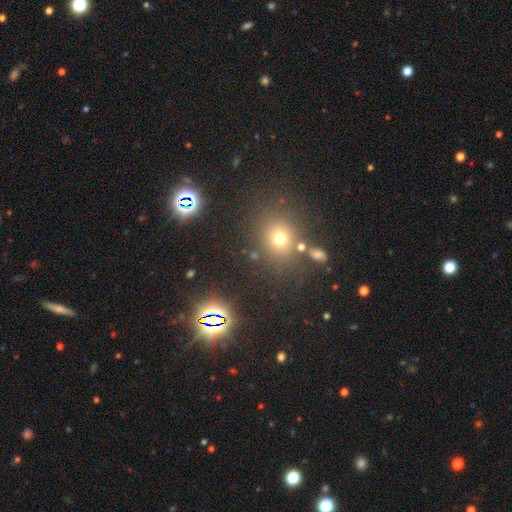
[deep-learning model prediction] Morphology: type=smooth (47%); merging=none (78%).